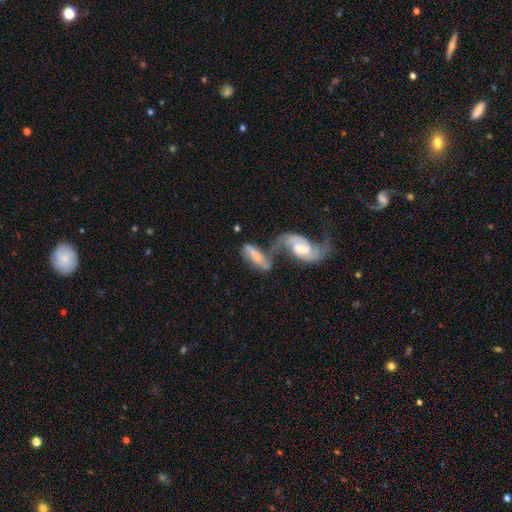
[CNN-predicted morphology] A featured or disk galaxy (51%).

Vote fractions:
- Smooth or featured? featured or disk: 51% / smooth: 42% / star or artifact: 7%
- Edge-on disk? no: 87% / yes: 13%
- Merging? merger: 63% / none: 14% / major disturbance: 13% / minor disturbance: 10%